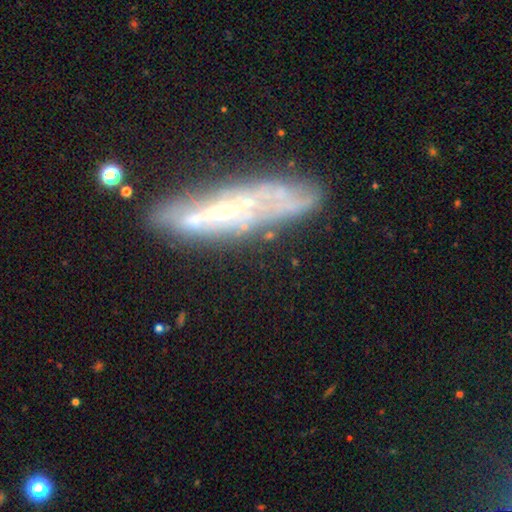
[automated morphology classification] Overall: featured or disk (66%). Edge-on disk: yes (52%; no 48%). Merging: none (62%).